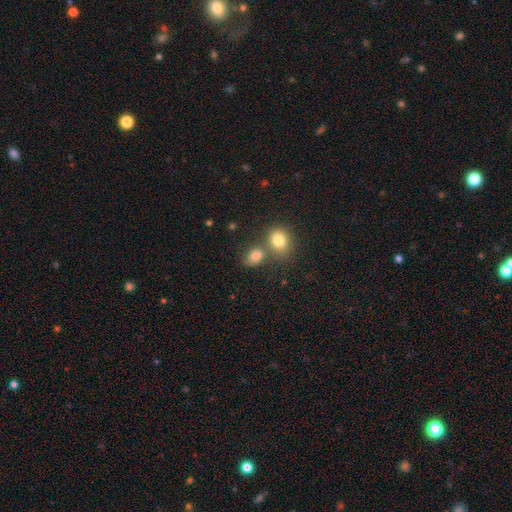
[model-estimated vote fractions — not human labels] Smooth or featured: smooth — 80% (star or artifact — 11%)
How rounded: in between — 60% (round — 39%)
Merging: none — 50% (merger — 35%)